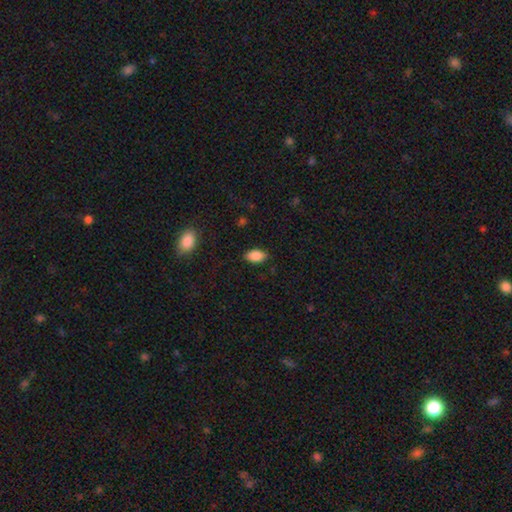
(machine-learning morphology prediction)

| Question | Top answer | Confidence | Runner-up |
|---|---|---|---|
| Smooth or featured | smooth | 86% | star or artifact (8%) |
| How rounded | in between | 92% | round (6%) |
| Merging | none | 84% | minor disturbance (12%) |